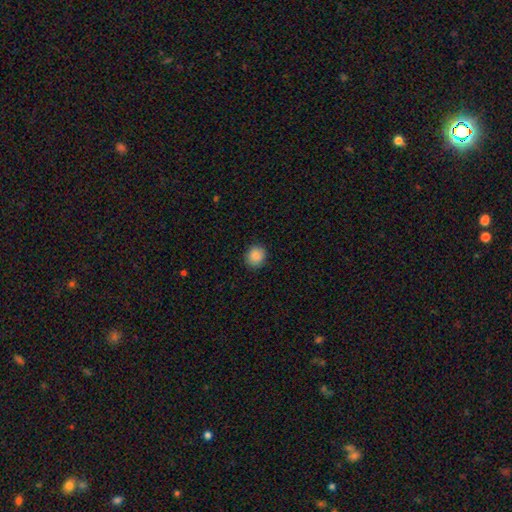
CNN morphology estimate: Overall: smooth (88%). How rounded: round (85%). Merging: none (89%).